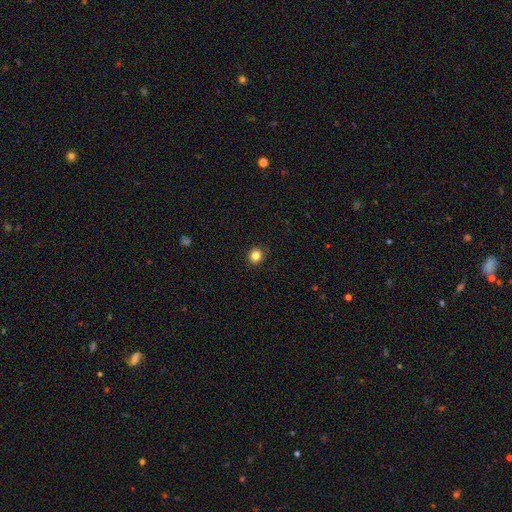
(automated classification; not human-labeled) This appears to be a smooth galaxy with no disk features (84%) that is round (91%). Merging: none (93%).